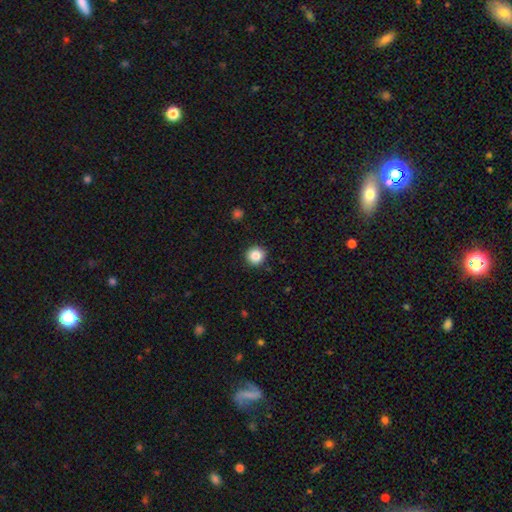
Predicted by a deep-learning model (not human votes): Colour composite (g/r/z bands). It shows a smooth galaxy with no disk features (86%) that is round (95%). Merging: none (91%).